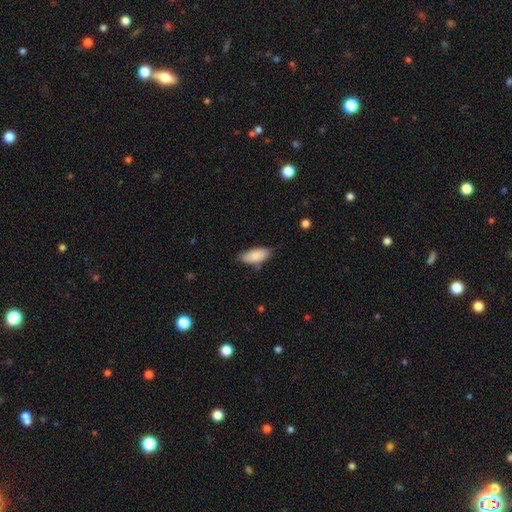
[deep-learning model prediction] The model was most divided on "merging": none: 75%, minor disturbance: 19%, major disturbance: 3%, merger: 3%. More confident: smooth or featured — smooth (86%); how rounded — in between (84%).